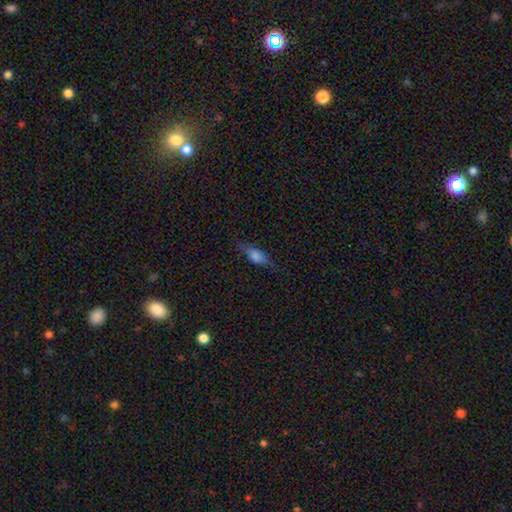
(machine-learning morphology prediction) type=smooth (67%); roundness=in between (70%); merging=none (71%).